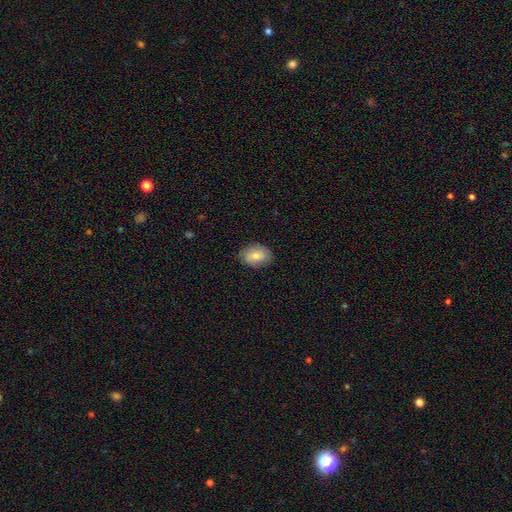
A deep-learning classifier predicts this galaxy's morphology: Overall: smooth (78%). How rounded: in between (82%). Merging: none (82%).